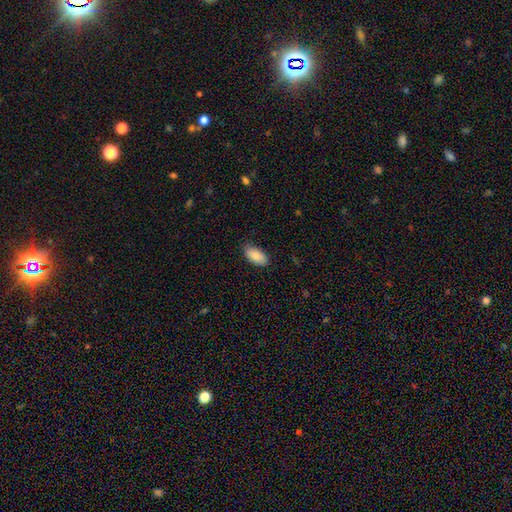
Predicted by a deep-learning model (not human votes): Smooth or featured: smooth — 87% (star or artifact — 6%)
How rounded: in between — 93% (cigar-shaped — 5%)
Merging: none — 83% (minor disturbance — 14%)